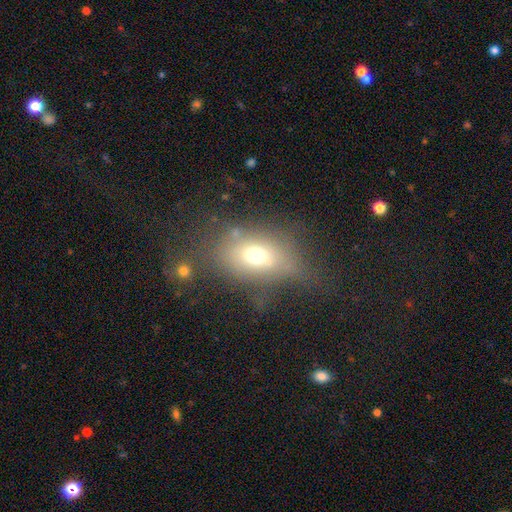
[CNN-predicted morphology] Overall: smooth (63%; featured or disk 23%). How rounded: in between (75%). Merging: none (47%; minor disturbance 25%).